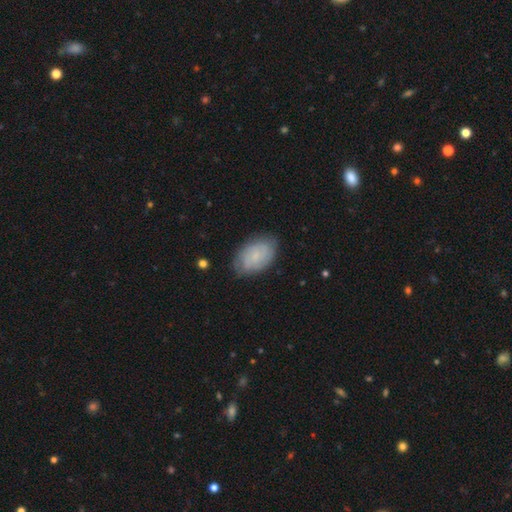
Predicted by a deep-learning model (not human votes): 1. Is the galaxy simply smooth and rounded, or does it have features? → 53% smooth, 40% featured or disk, 8% star or artifact.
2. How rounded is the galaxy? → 91% in between, 7% round, 1% cigar-shaped.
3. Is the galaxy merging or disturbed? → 76% none, 18% minor disturbance, 4% major disturbance, 1% merger.